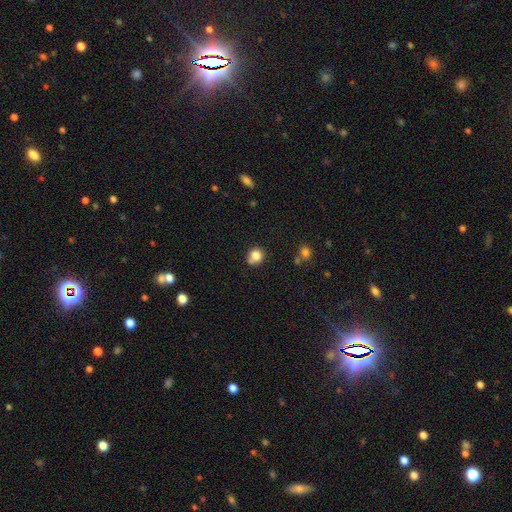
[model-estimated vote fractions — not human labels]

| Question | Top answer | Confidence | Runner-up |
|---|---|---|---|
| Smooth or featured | smooth | 81% | star or artifact (11%) |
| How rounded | round | 85% | in between (14%) |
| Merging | none | 63% | merger (17%) |